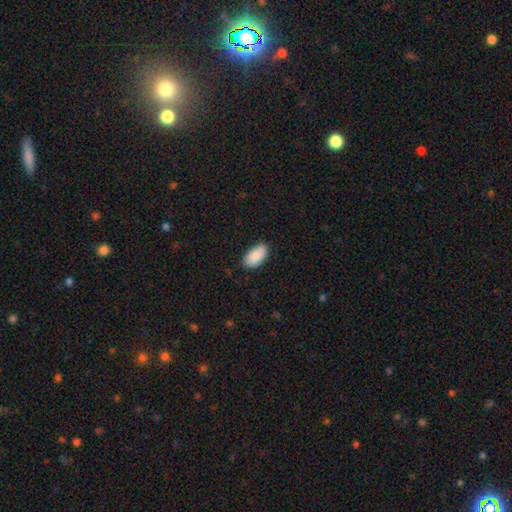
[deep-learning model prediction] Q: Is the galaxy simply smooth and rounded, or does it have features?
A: smooth — 89%.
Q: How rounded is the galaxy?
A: in between — 95%.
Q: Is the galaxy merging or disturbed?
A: none — 86%.